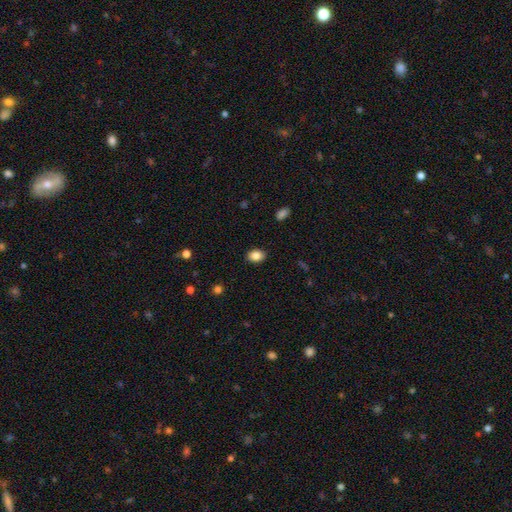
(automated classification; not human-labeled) smooth_or_featured: smooth (p=0.86) [alt: star or artifact p=0.09]
how_rounded: in between (p=0.73) [alt: round p=0.25]
merging: none (p=0.88) [alt: minor disturbance p=0.09]